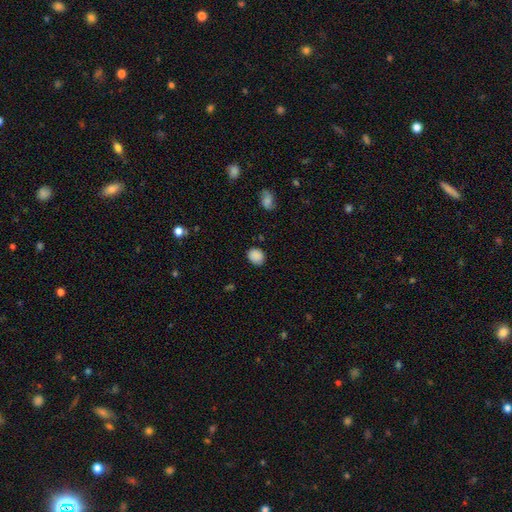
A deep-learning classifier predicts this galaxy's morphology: Overall: smooth (87%). How rounded: round (63%; in between 36%). Merging: none (79%).